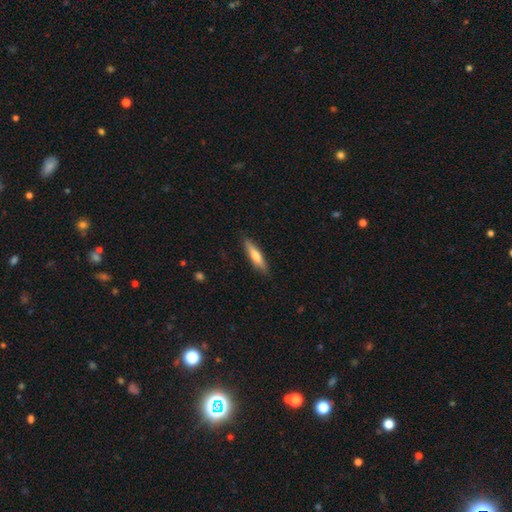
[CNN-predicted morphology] This is possibly a smooth galaxy (60%). How rounded: clearly cigar-shaped (83%). Merging: clearly none (88%).